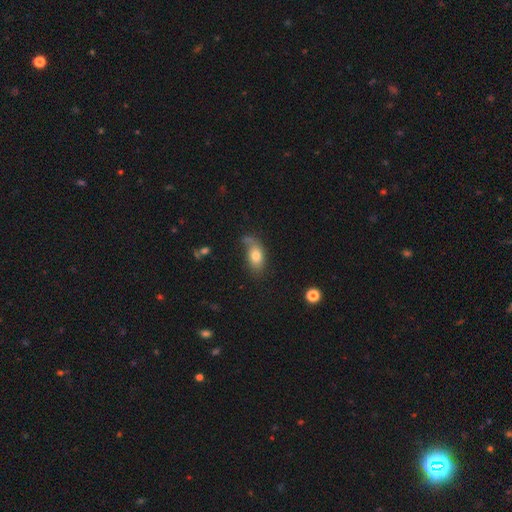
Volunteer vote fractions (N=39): A smooth galaxy with no disk features (82%) that is in between round and cigar-shaped (94%).

Vote fractions:
- Smooth or featured? smooth: 82% / featured or disk: 10% / star or artifact: 8%
- How rounded? in between: 94% / round: 3% / cigar-shaped: 3%
- Merging? none: 47% / minor disturbance: 33% / major disturbance: 17% / merger: 3%